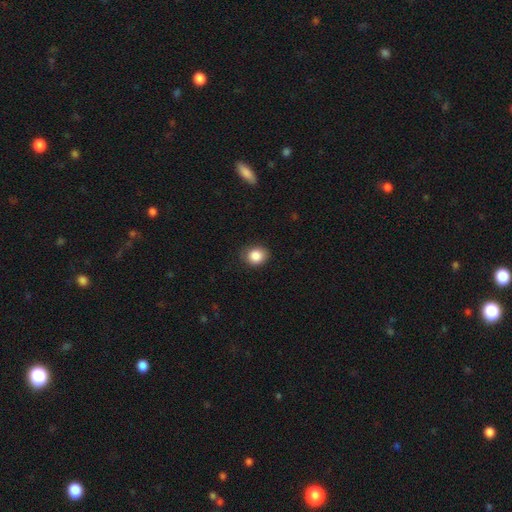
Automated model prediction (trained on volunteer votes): This is clearly a smooth galaxy (87%). How rounded: likely round (65%). Merging: clearly none (81%).